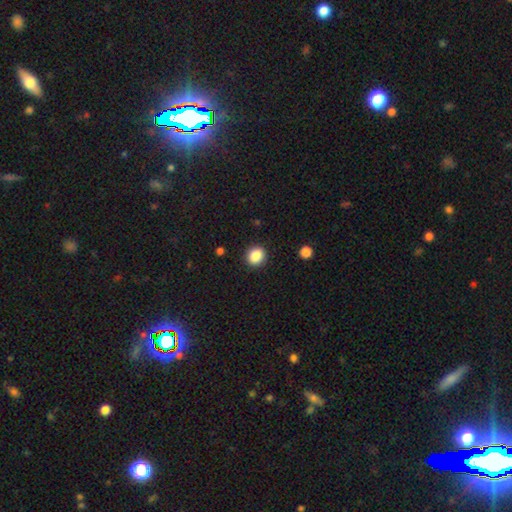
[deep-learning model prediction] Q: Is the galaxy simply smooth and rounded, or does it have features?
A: smooth — 87%.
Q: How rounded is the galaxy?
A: round — 78%.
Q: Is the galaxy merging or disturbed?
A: none — 91%.